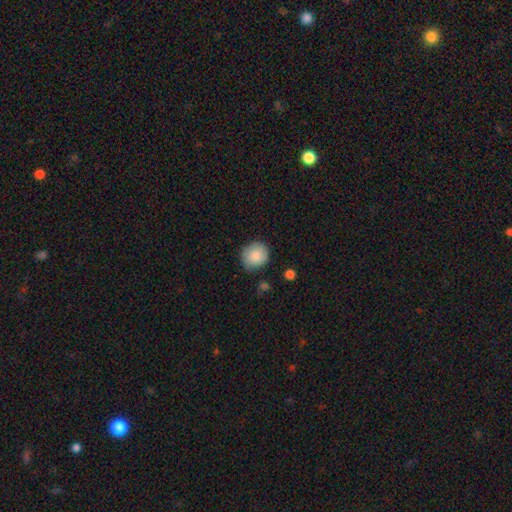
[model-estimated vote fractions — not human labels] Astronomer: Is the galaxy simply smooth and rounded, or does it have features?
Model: smooth — 85%.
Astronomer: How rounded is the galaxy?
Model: round — 85%.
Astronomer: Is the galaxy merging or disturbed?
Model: none — 80%.